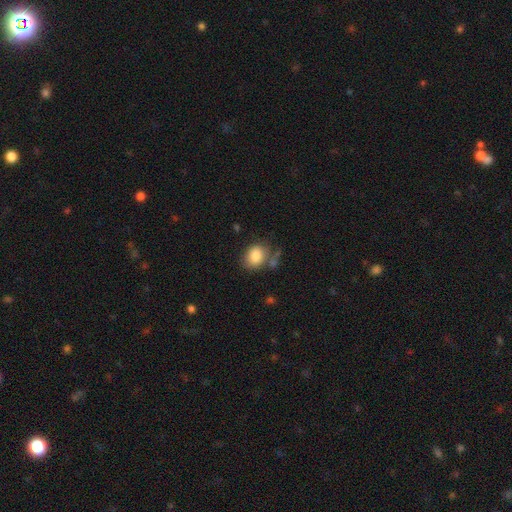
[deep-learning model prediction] Smooth or featured? Predicted: smooth (p=0.84). How rounded? Predicted: in between (p=0.53). Merging? Predicted: none (p=0.63).